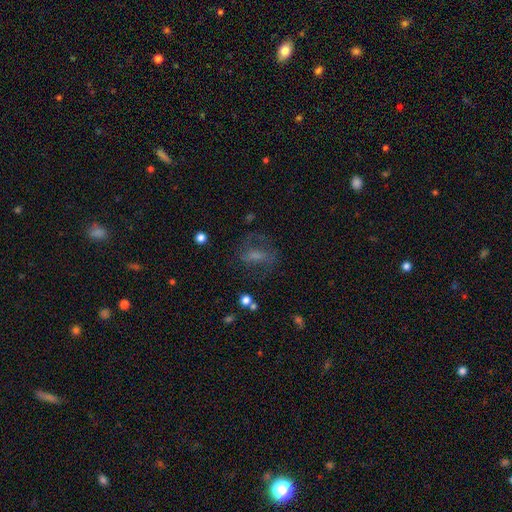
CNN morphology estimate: Smooth or featured: featured or disk — 49% (smooth — 34%)
Merging: none — 56% (major disturbance — 24%)